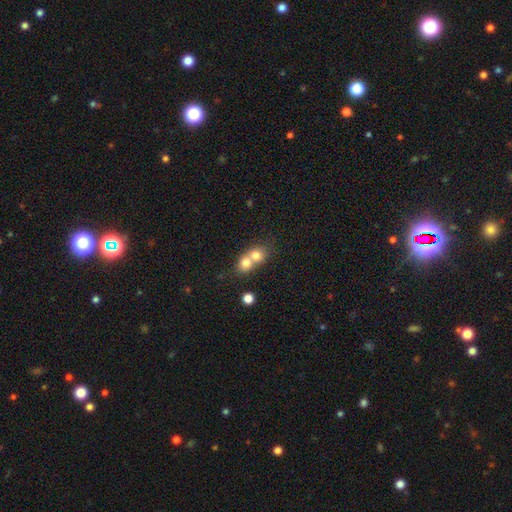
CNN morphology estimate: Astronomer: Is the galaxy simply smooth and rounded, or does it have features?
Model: smooth — 72%.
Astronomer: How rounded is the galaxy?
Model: round — 71%.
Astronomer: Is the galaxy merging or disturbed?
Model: merger — 72%.